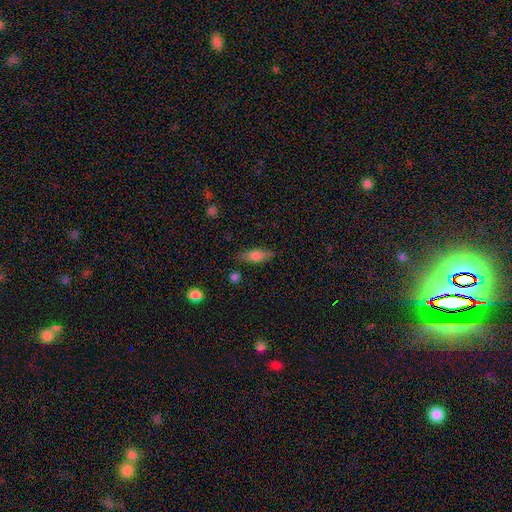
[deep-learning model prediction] Morphology: type=smooth (64%); roundness=in between (61%); merging=none (80%).